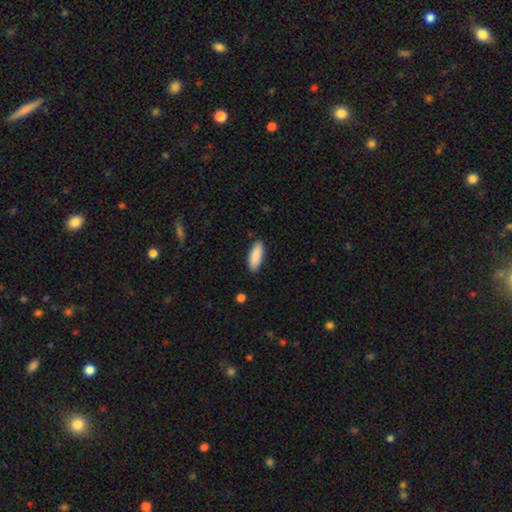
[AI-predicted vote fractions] A smooth galaxy with no disk features (90%) that is in between round and cigar-shaped (75%). Merging: none (87%).